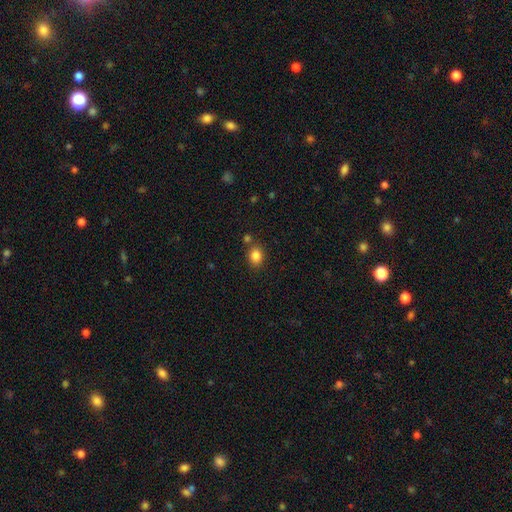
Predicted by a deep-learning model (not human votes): smooth 85%, star or artifact 10%, featured or disk 5%. Down the decision tree: how rounded — in between (50%); merging — none (75%).